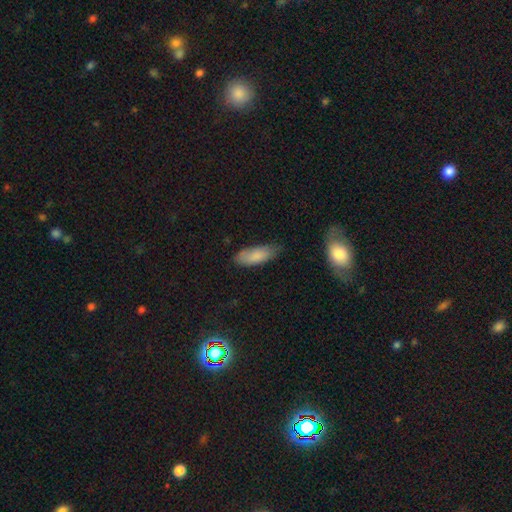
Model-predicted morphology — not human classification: This is clearly a smooth galaxy (84%). How rounded: likely in between (76%). Merging: likely none (70%).